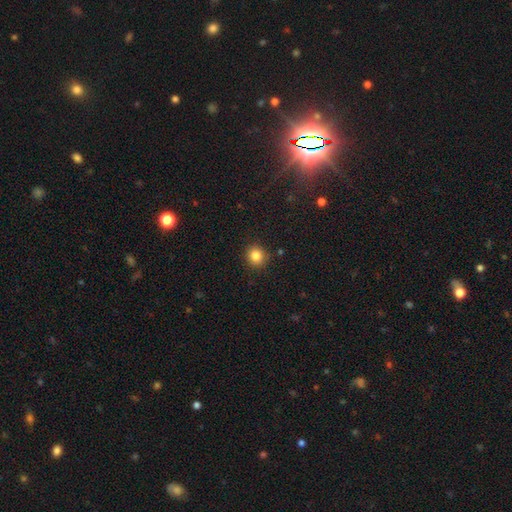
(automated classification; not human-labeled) Morphology: type=smooth (84%); roundness=round (88%); merging=none (90%).